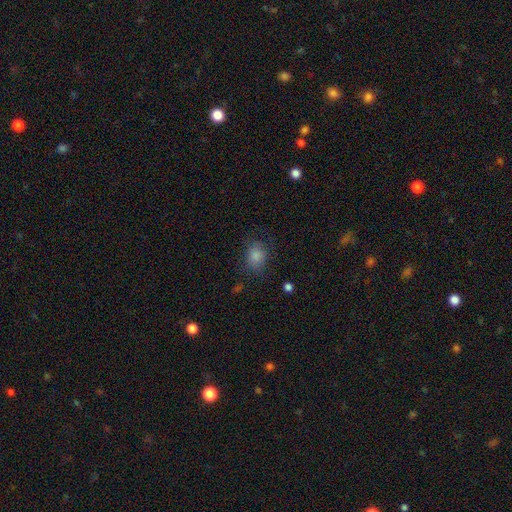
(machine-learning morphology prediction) Overall: smooth (79%). How rounded: round (51%; in between 48%). Merging: none (76%).